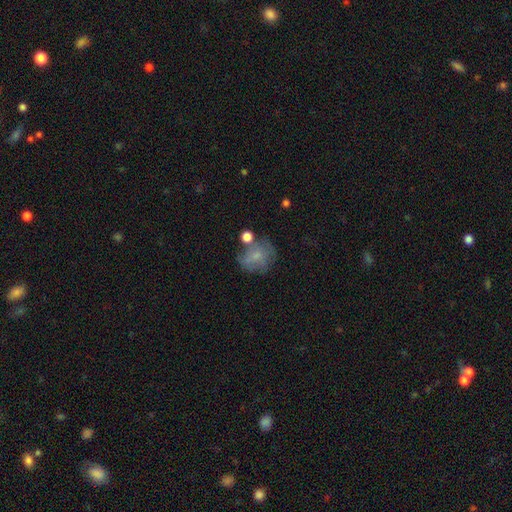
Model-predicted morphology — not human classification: Q: Smooth or featured?
A: smooth (60%); runner-up: featured or disk (29%)
Q: How rounded?
A: round (72%); runner-up: in between (27%)
Q: Merging?
A: none (48%); runner-up: minor disturbance (23%)